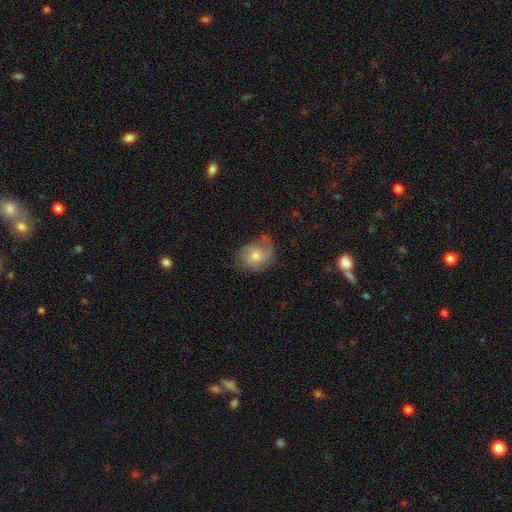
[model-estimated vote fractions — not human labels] Smooth or featured? smooth (46%)
Merging? none (54%)